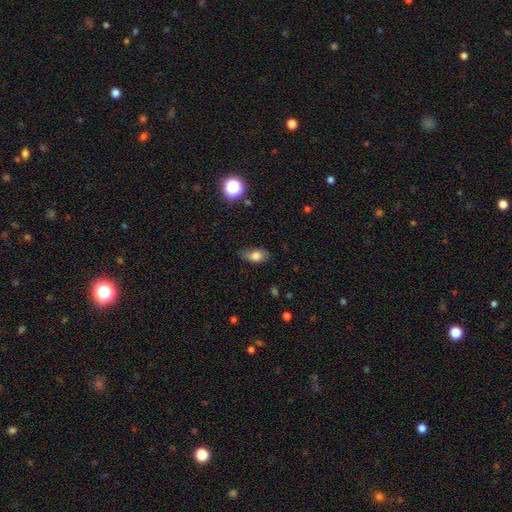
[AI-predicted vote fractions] Q: Smooth or featured?
A: smooth (76%); runner-up: featured or disk (15%)
Q: How rounded?
A: in between (86%); runner-up: round (9%)
Q: Merging?
A: none (70%); runner-up: minor disturbance (23%)